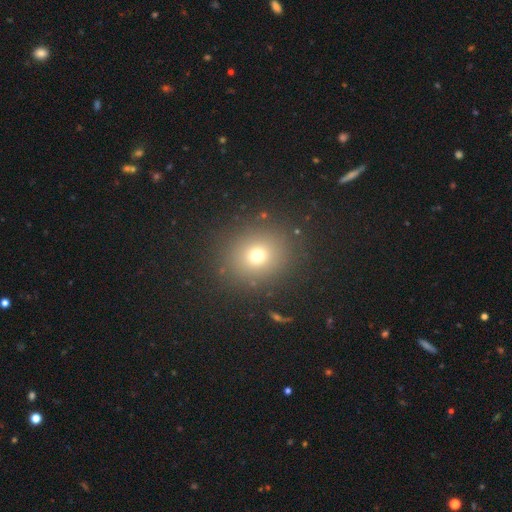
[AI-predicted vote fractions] Smooth or featured?
  - smooth: 65% *
  - star or artifact: 27%
  - featured or disk: 8%
How rounded?
  - round: 82% *
  - in between: 16%
  - cigar-shaped: 1%
Merging?
  - none: 90% *
  - minor disturbance: 6%
  - major disturbance: 2%
  - merger: 1%